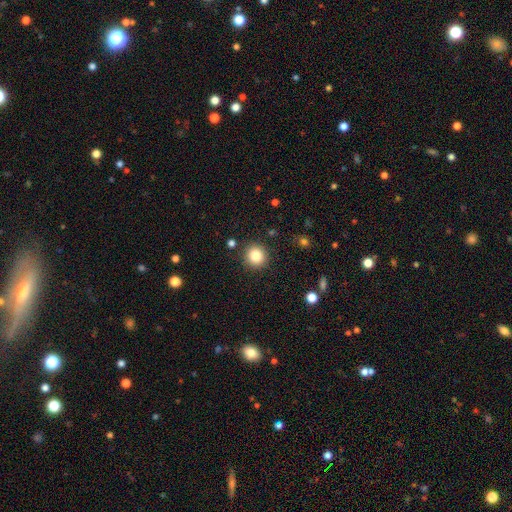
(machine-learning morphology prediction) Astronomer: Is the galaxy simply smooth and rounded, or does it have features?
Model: smooth — 84%.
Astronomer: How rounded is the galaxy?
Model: round — 92%.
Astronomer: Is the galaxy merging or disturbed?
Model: none — 90%.